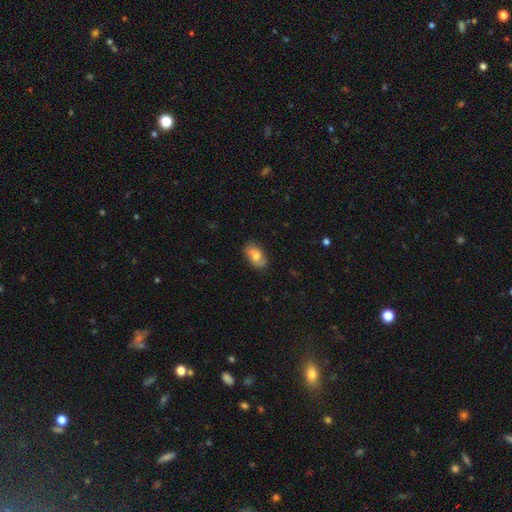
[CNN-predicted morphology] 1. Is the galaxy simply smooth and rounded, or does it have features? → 62% smooth, 31% featured or disk, 7% star or artifact.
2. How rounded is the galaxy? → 91% in between, 6% round, 2% cigar-shaped.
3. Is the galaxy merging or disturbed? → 76% none, 18% minor disturbance, 3% major disturbance, 3% merger.